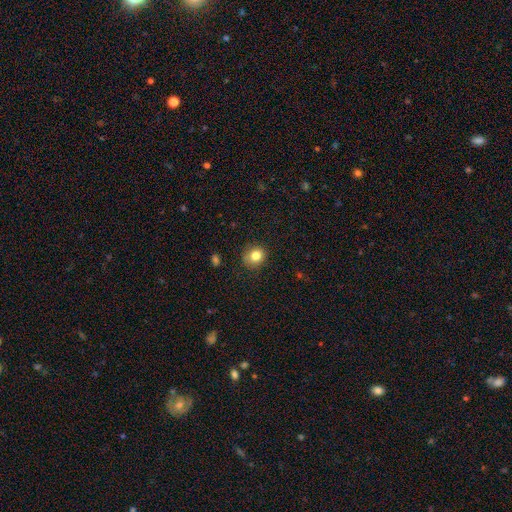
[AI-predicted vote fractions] Smooth or featured?
  - smooth: 82% *
  - star or artifact: 11%
  - featured or disk: 7%
How rounded?
  - round: 77% *
  - in between: 22%
  - cigar-shaped: 1%
Merging?
  - none: 84% *
  - minor disturbance: 12%
  - major disturbance: 3%
  - merger: 1%